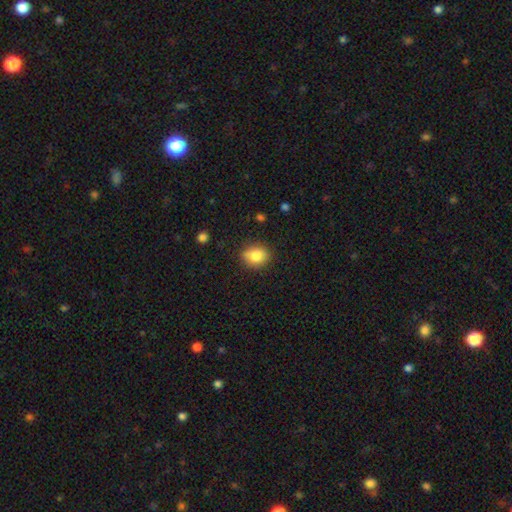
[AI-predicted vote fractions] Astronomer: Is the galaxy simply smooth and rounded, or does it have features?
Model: smooth — 83%.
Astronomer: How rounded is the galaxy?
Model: round — 55% (runner-up: in between, 44%).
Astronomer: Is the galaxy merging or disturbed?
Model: none — 80%.